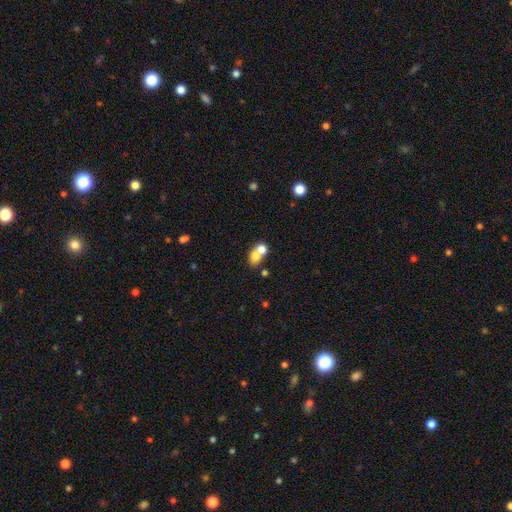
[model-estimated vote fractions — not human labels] Overall: smooth (73%). How rounded: round (54%; in between 45%). Merging: merger (62%; none 29%).